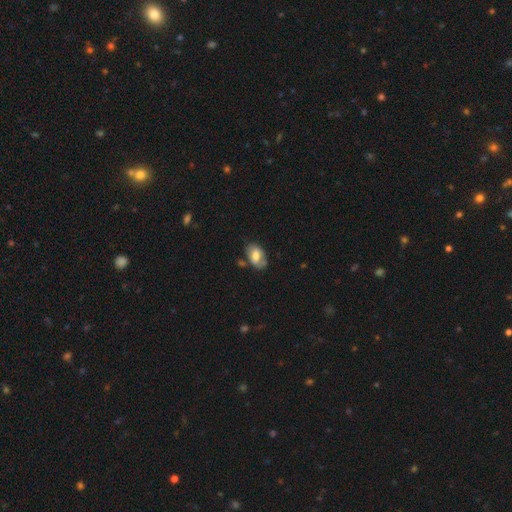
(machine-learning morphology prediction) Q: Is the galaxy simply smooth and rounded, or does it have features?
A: smooth — 65%.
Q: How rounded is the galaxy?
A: in between — 90%.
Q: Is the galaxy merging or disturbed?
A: none — 60%.